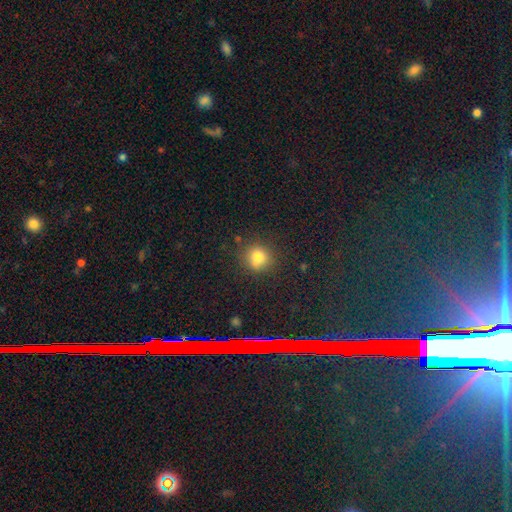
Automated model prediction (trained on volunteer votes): Smooth or featured? smooth (72%)
How rounded? round (86%)
Merging? none (85%)